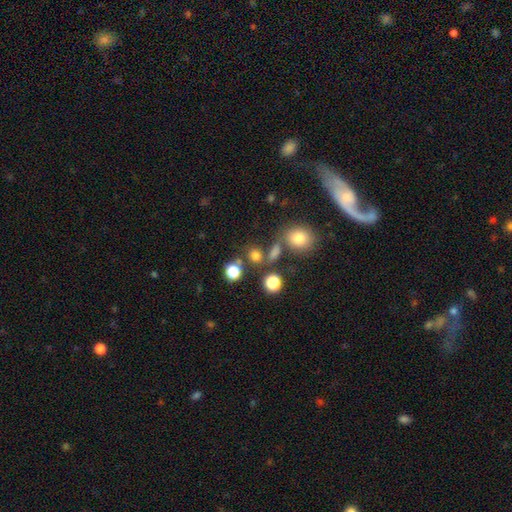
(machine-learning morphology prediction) smooth 74%, star or artifact 19%, featured or disk 7%. Down the decision tree: how rounded — round (68%); merging — none (65%).